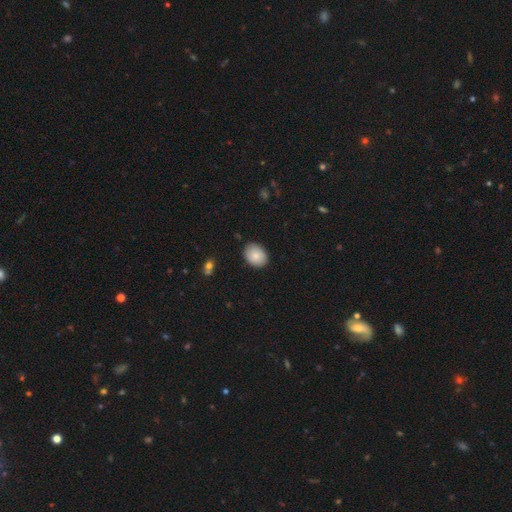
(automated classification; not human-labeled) Morphology: type=smooth (81%); roundness=in between (63%); merging=none (84%).